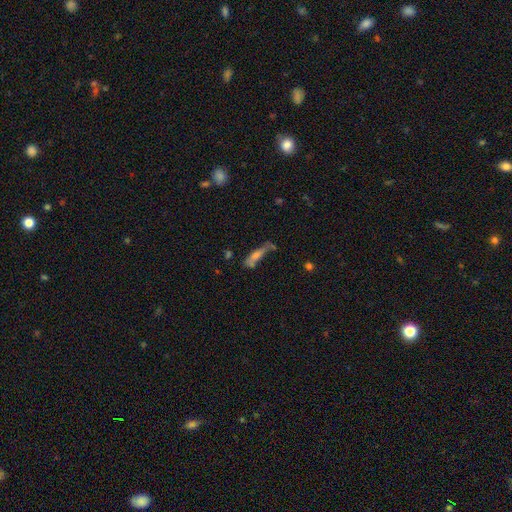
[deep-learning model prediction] featured or disk 46%, smooth 43%, star or artifact 11%. Down the decision tree: merging — none (45%).